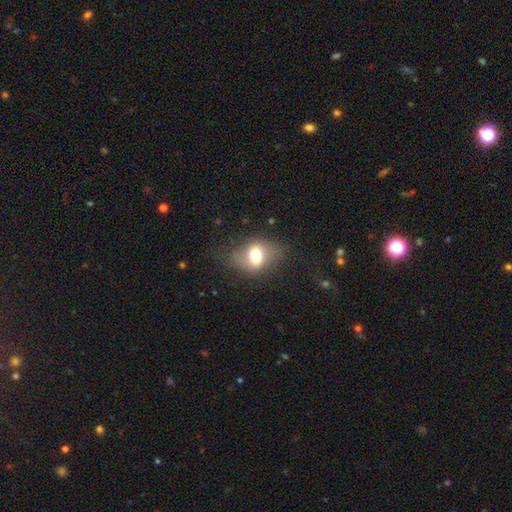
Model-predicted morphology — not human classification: The model was most divided on "merging": none: 58%, minor disturbance: 25%, major disturbance: 15%, merger: 2%. More confident: how rounded — in between (66%); smooth or featured — smooth (62%).